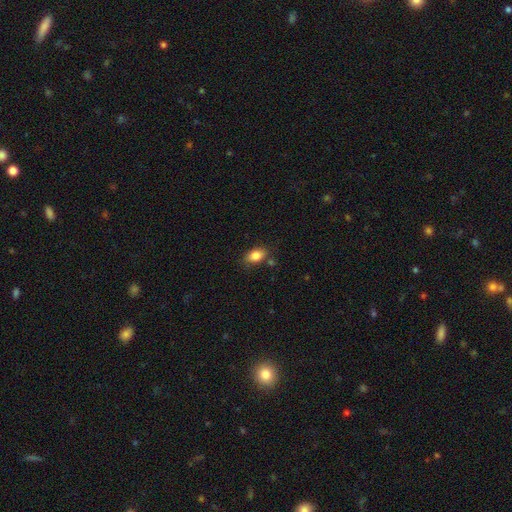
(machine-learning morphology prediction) Smooth or featured?
  - smooth: 84% *
  - star or artifact: 8%
  - featured or disk: 7%
How rounded?
  - in between: 85% *
  - round: 12%
  - cigar-shaped: 3%
Merging?
  - none: 75% *
  - minor disturbance: 16%
  - merger: 5%
  - major disturbance: 4%